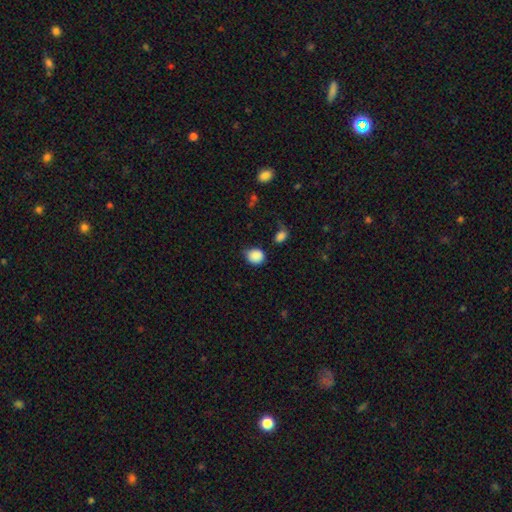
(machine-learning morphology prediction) Smooth or featured: smooth — 87% (star or artifact — 9%)
How rounded: round — 70% (in between — 29%)
Merging: none — 68% (minor disturbance — 21%)